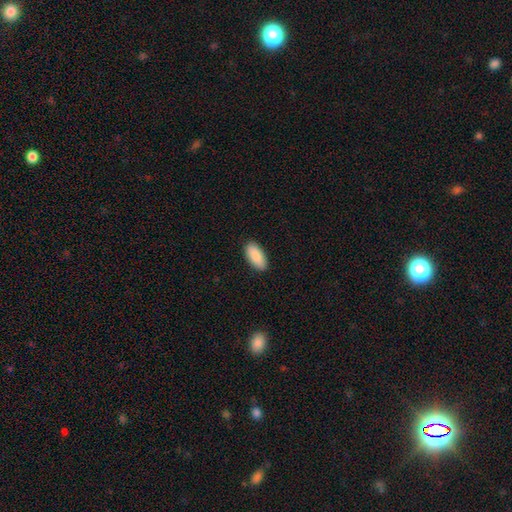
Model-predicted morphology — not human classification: Smooth or featured?
  - smooth: 89% *
  - star or artifact: 6%
  - featured or disk: 5%
How rounded?
  - in between: 92% *
  - cigar-shaped: 7%
  - round: 2%
Merging?
  - none: 90% *
  - minor disturbance: 7%
  - major disturbance: 2%
  - merger: 1%